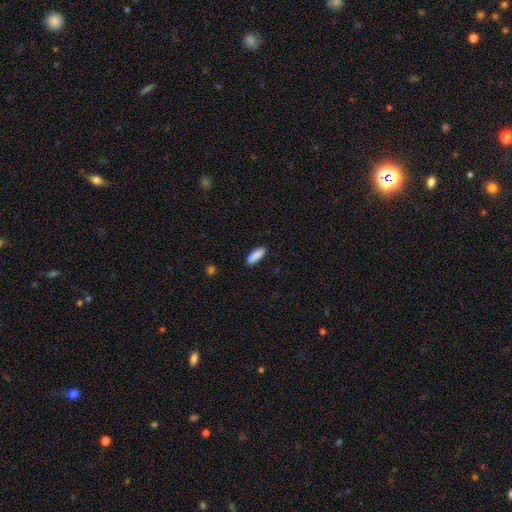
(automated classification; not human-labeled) Q: Smooth or featured?
A: smooth (89%); runner-up: star or artifact (6%)
Q: How rounded?
A: in between (68%); runner-up: cigar-shaped (30%)
Q: Merging?
A: none (89%); runner-up: minor disturbance (8%)